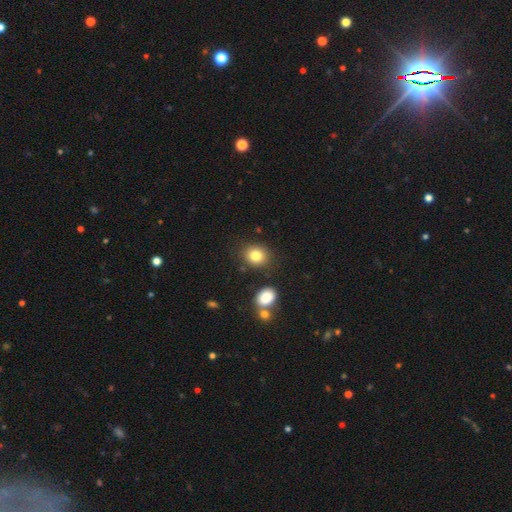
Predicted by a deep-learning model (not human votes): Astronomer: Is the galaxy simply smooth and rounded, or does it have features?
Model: smooth — 82%.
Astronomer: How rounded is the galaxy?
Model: round — 68%.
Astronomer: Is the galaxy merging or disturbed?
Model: none — 80%.